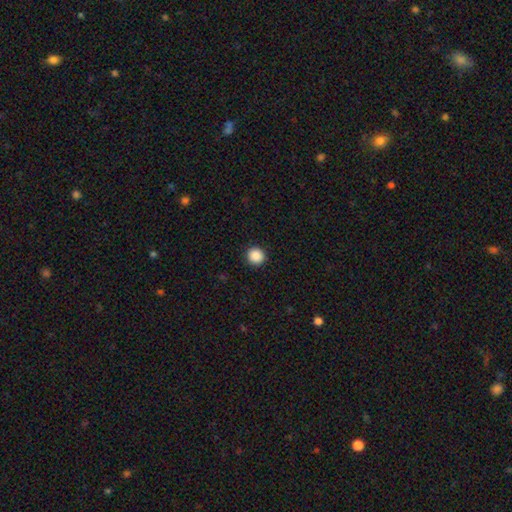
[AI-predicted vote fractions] Smooth or featured? Predicted: smooth (p=0.89). How rounded? Predicted: round (p=0.94). Merging? Predicted: none (p=0.93).